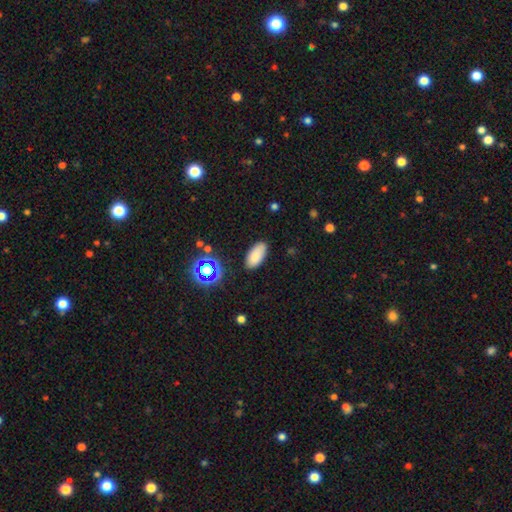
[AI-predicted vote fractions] Morphology: type=smooth (82%); roundness=in between (92%); merging=none (85%).